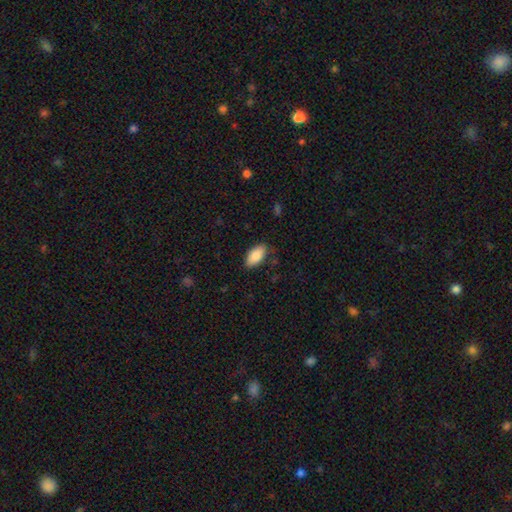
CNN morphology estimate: Smooth or featured? smooth (86%)
How rounded? in between (94%)
Merging? none (80%)